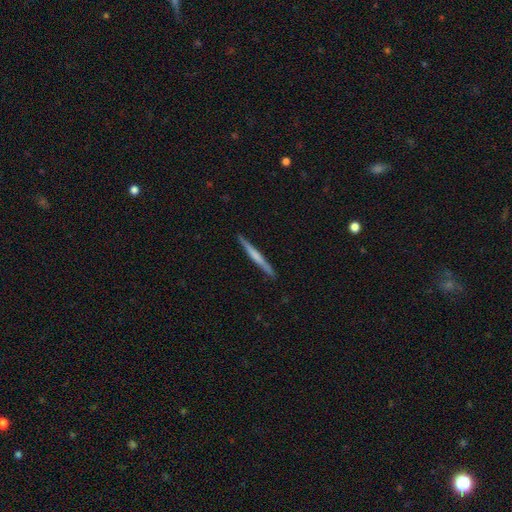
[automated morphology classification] A featured or disk galaxy (49%).

Vote fractions:
- Smooth or featured? featured or disk: 49% / smooth: 46% / star or artifact: 5%
- Merging? none: 92% / minor disturbance: 6% / major disturbance: 1% / merger: 1%